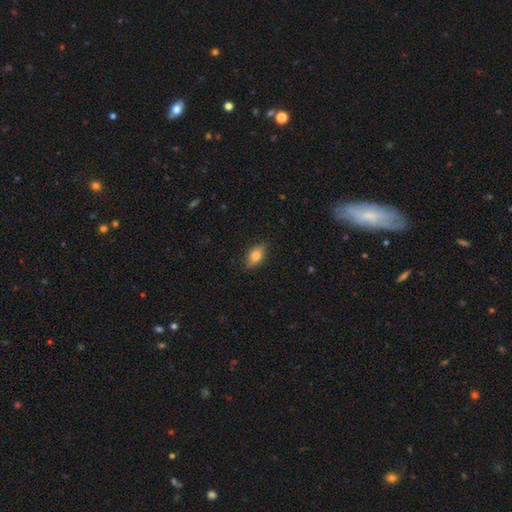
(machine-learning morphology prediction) This is likely a smooth galaxy (72%). How rounded: clearly in between (84%). Merging: clearly none (83%).